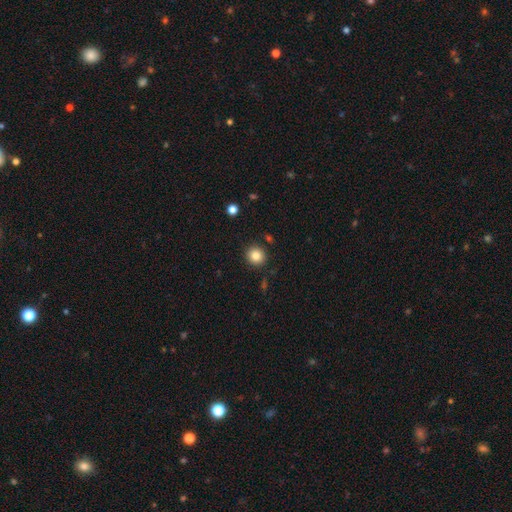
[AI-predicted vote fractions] smooth 84%, star or artifact 10%, featured or disk 6%. Down the decision tree: how rounded — round (90%); merging — none (89%).